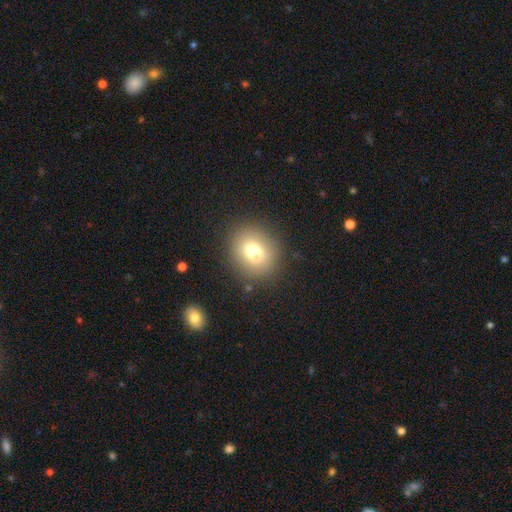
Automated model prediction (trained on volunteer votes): Morphology: type=smooth (73%); roundness=round (66%); merging=none (76%).